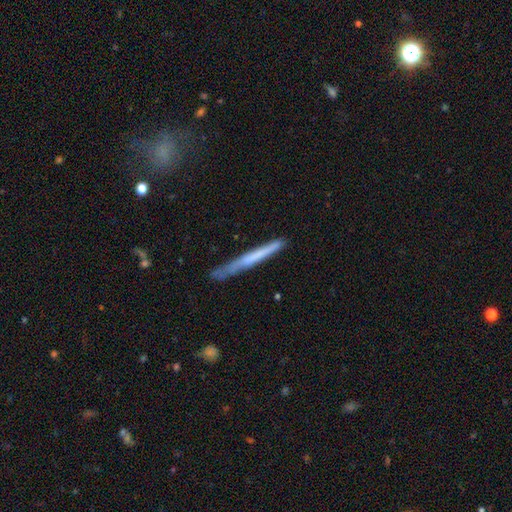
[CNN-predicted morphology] The model was most divided on "smooth or featured": smooth: 53%, featured or disk: 40%, star or artifact: 7%. More confident: how rounded — cigar-shaped (97%); merging — none (76%).